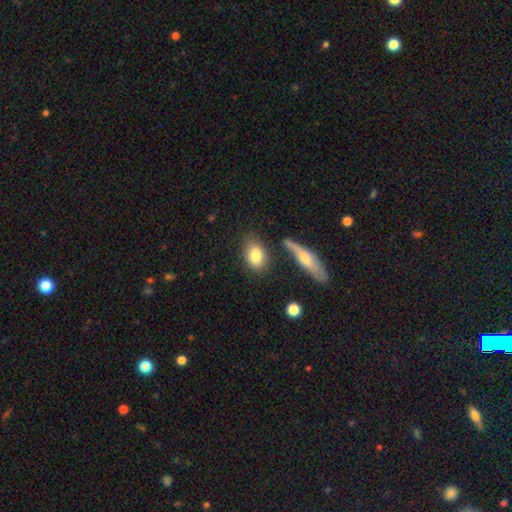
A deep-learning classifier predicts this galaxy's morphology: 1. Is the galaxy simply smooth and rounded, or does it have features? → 80% smooth, 12% featured or disk, 7% star or artifact.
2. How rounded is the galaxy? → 73% in between, 23% round, 4% cigar-shaped.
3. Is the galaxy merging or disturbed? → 71% none, 14% minor disturbance, 11% merger, 5% major disturbance.